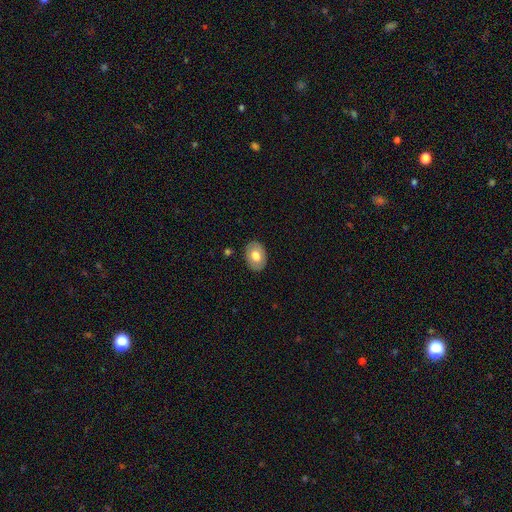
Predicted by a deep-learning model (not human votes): Smooth or featured? Predicted: smooth (p=0.68). How rounded? Predicted: in between (p=0.77). Merging? Predicted: none (p=0.87).